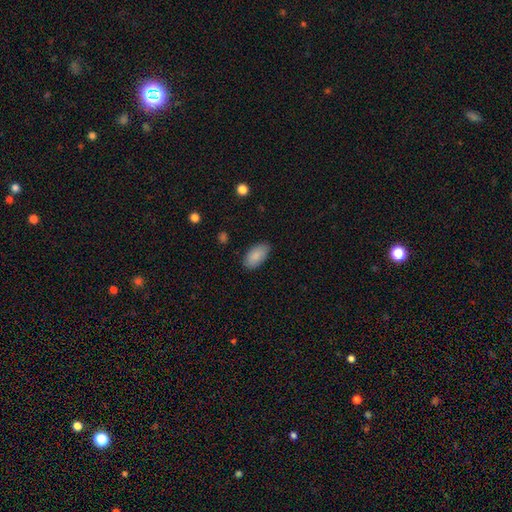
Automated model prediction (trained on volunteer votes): This appears to be a smooth galaxy with no disk features (88%) that is in between round and cigar-shaped (94%). Merging: none (84%).